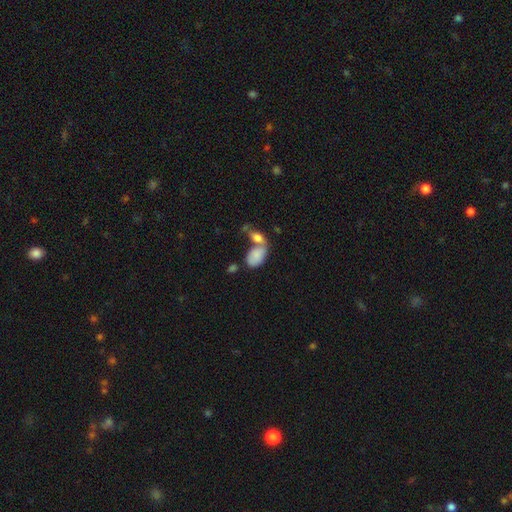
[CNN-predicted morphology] A smooth galaxy with no disk features (81%) that is in between round and cigar-shaped (91%). Merging: merger (57%).